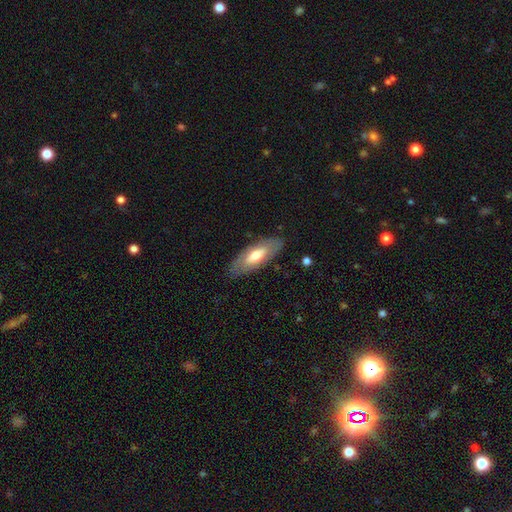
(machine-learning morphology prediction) Overall: smooth (53%; featured or disk 42%). How rounded: in between (75%). Merging: none (83%).